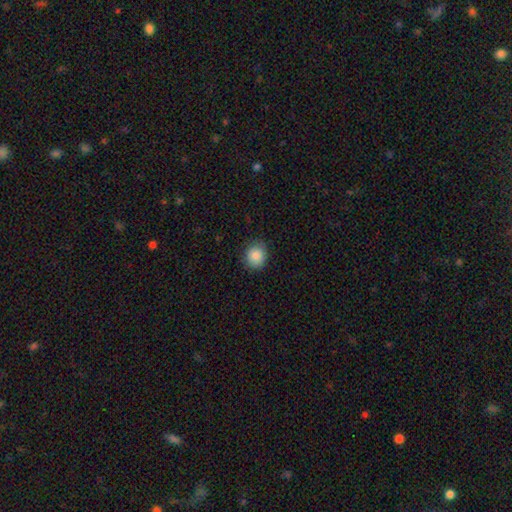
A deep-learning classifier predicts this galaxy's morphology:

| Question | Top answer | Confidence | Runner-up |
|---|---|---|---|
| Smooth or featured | smooth | 87% | star or artifact (9%) |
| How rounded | round | 79% | in between (21%) |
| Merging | none | 84% | minor disturbance (12%) |